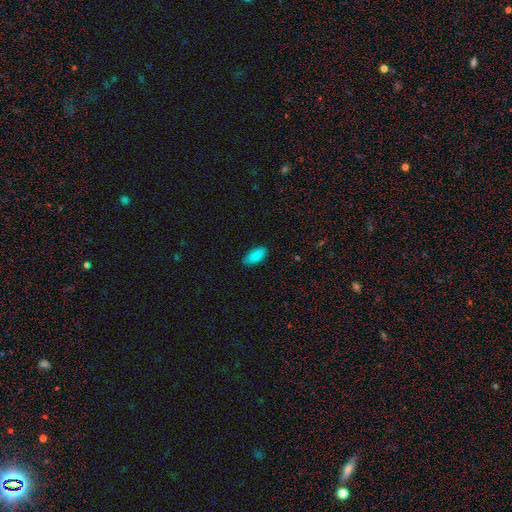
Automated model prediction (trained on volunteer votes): smooth-or-featured: smooth: 89% | star or artifact: 7% | featured or disk: 4%
  how-rounded: in between: 89% | cigar-shaped: 9% | round: 2%
  merging: none: 85% | minor disturbance: 12% | major disturbance: 2% | merger: 1%